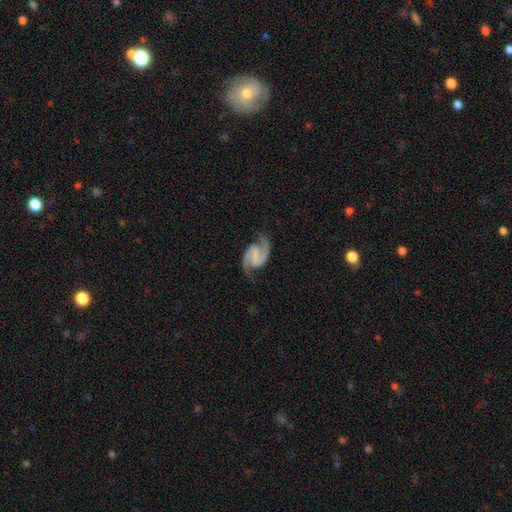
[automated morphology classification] This appears to be a featured or disk galaxy (92%) with a strong bar (42%), 2 (95%) medium (59%) spiral arms (98%) and no central bulge (66%). Merging: none (81%).